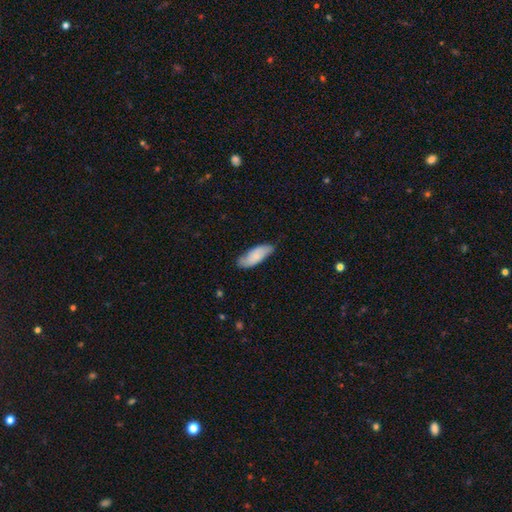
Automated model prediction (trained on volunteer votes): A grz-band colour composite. It shows a smooth galaxy with no disk features (72%) that is in between round and cigar-shaped (73%). Merging: none (71%).